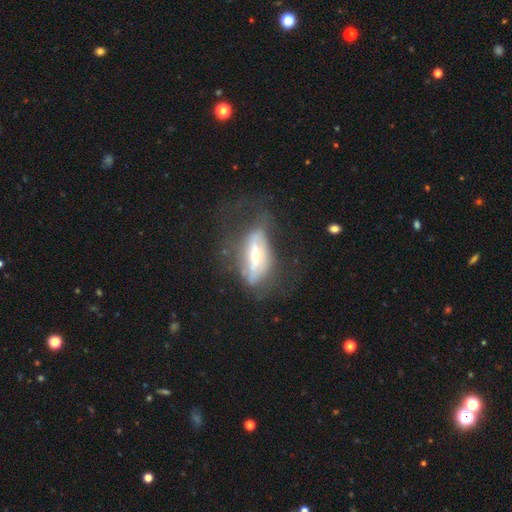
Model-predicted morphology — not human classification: Smooth or featured? Predicted: featured or disk (p=0.61). Edge-on disk? Predicted: no (p=0.63). Merging? Predicted: none (p=0.41).